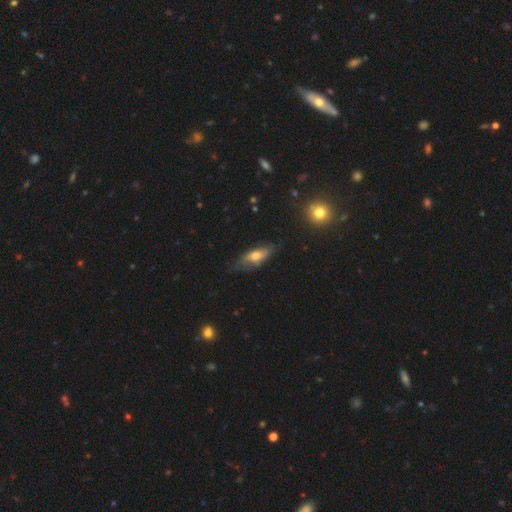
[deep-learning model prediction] Smooth or featured: smooth — 51% (featured or disk — 40%)
How rounded: in between — 63% (cigar-shaped — 33%)
Merging: none — 66% (minor disturbance — 25%)